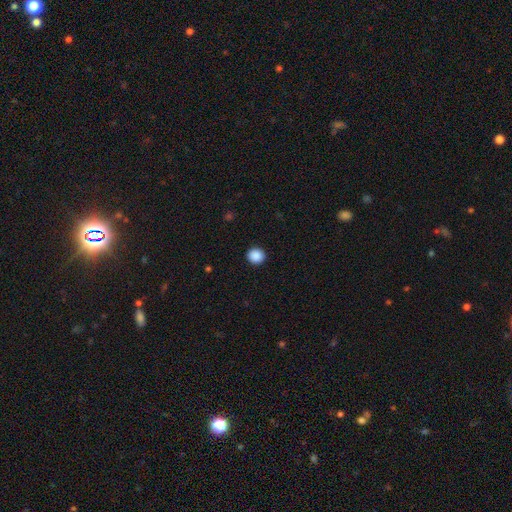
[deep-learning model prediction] The model was most divided on "smooth or featured": smooth: 89%, star or artifact: 9%, featured or disk: 2%. More confident: merging — none (92%); how rounded — round (91%).